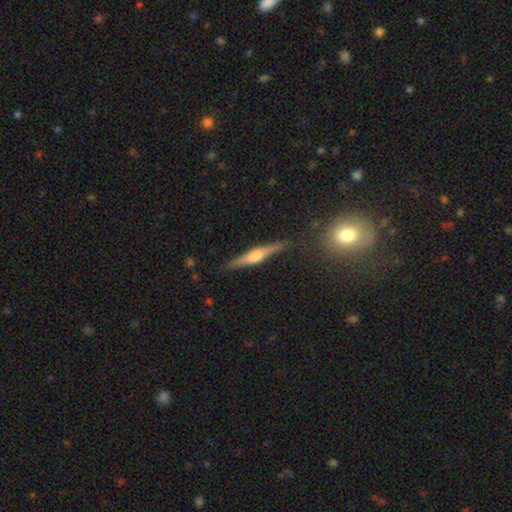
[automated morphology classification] A featured or disk galaxy (65%) viewed edge-on (97%) with a rounded central bulge (82%). Merging: none (85%).